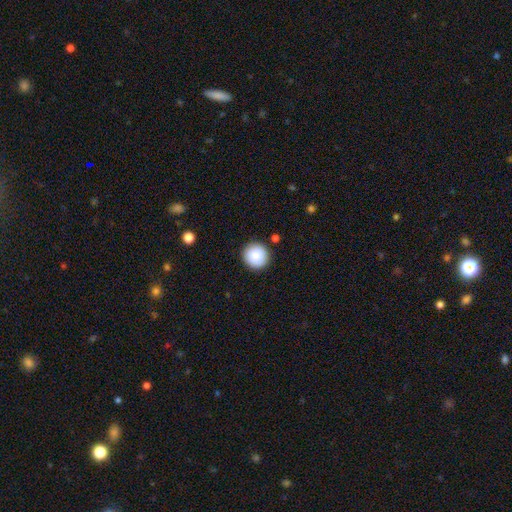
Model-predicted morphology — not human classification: This appears to be a smooth galaxy with no disk features (88%) that is round (95%). Merging: none (90%).